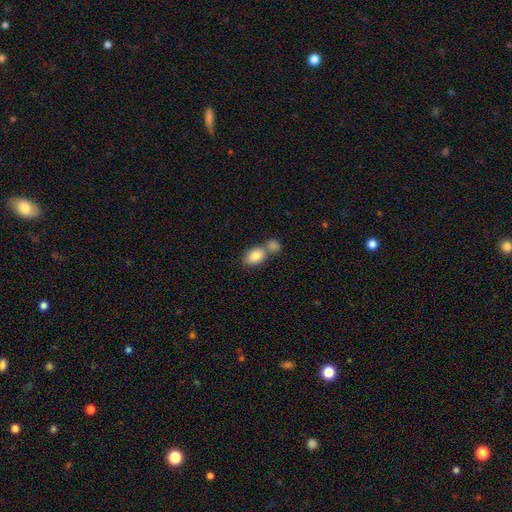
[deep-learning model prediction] A smooth galaxy with no disk features (83%) that is in between round and cigar-shaped (84%). Merging: merger (49%).